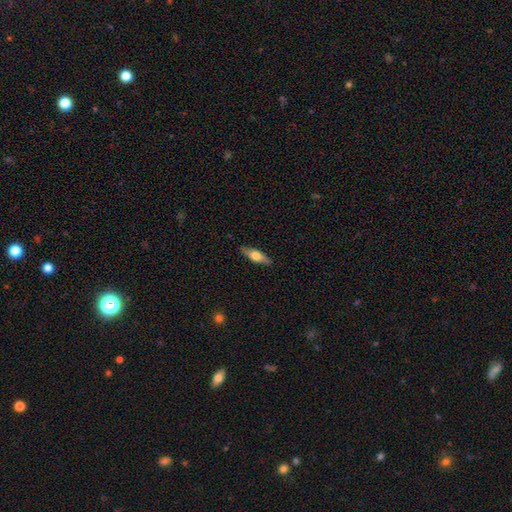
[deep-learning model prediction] smooth 55%, featured or disk 39%, star or artifact 6%. Down the decision tree: how rounded — in between (52%); merging — none (85%).